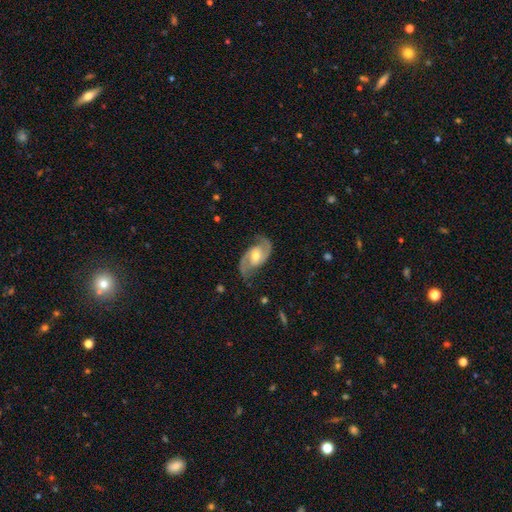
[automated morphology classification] type=featured or disk (89%); edge-on=no (97%); bar=no (48%); spiral arms=yes (97%); winding=medium (54%); arm count=2 (93%); bulge=moderate (71%); merging=none (79%).